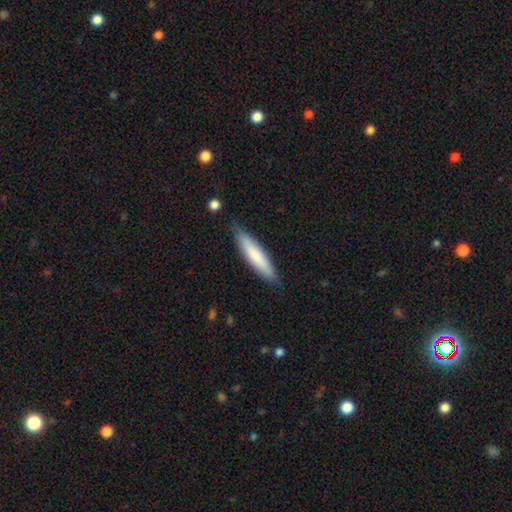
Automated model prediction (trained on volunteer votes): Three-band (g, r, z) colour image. It shows a smooth galaxy with no disk features (75%) that is cigar-shaped (85%). Merging: none (84%).